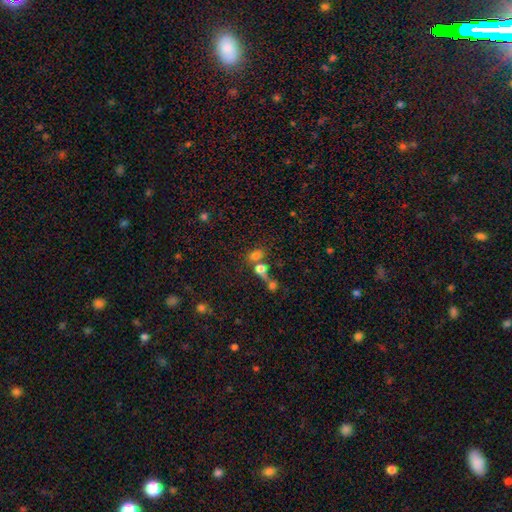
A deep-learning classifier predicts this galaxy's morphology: smooth-or-featured: smooth: 74% | star or artifact: 15% | featured or disk: 11%
  how-rounded: in between: 67% | round: 31% | cigar-shaped: 3%
  merging: merger: 42% | none: 41% | minor disturbance: 10% | major disturbance: 7%